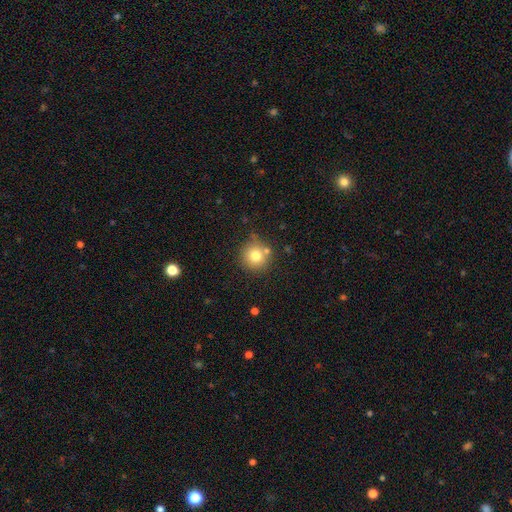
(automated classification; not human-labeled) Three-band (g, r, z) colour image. It shows a smooth galaxy with no disk features (76%) that is round (94%). Merging: none (75%).